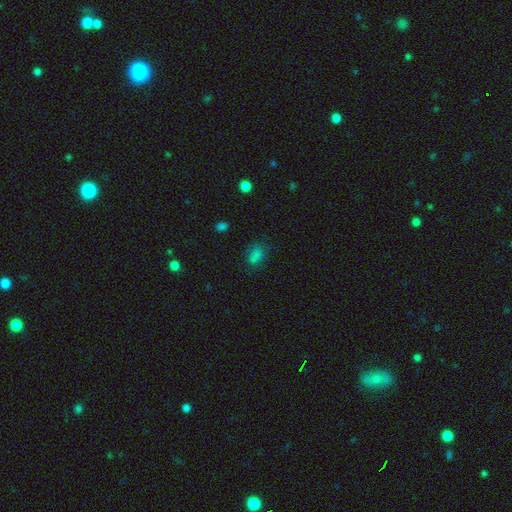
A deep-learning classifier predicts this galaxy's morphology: Q: Smooth or featured?
A: smooth (73%); runner-up: star or artifact (19%)
Q: How rounded?
A: in between (74%); runner-up: round (24%)
Q: Merging?
A: none (58%); runner-up: minor disturbance (22%)